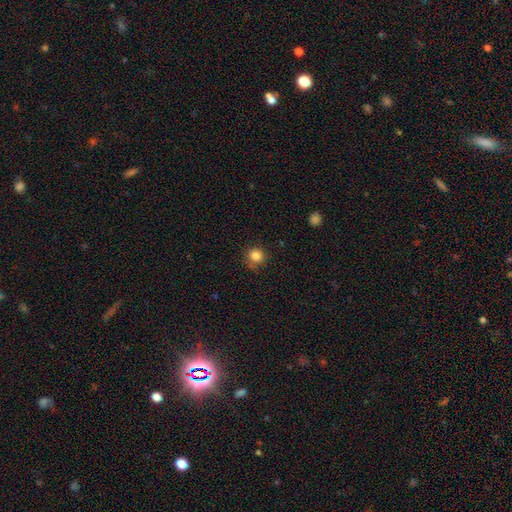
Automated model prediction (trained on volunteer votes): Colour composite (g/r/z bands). It shows a smooth galaxy with no disk features (84%) that is round (89%). Merging: none (77%).